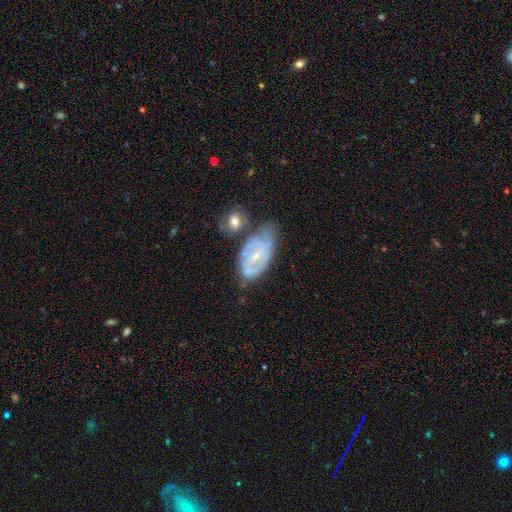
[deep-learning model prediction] A featured or disk galaxy (73%) with a weak bar (46%), 2 (51%) tight (52%) spiral arms (85%) and a small central bulge (68%).

Vote fractions:
- Smooth or featured? featured or disk: 73% / smooth: 20% / star or artifact: 6%
- Edge-on disk? no: 95% / yes: 5%
- Bar? weak: 46% / no: 41% / strong: 13%
- Spiral arms? yes: 85% / no: 15%
- Spiral winding? tight: 52% / medium: 36% / loose: 12%
- Spiral arm count? 2: 51% / can't tell: 31% / 3: 9% / 1: 6% / 4: 2% / more than 4: 2%
- Bulge size? small: 68% / moderate: 26% / none: 4% / large: 1% / dominant: 1%
- Merging? none: 42% / minor disturbance: 29% / merger: 16% / major disturbance: 13%